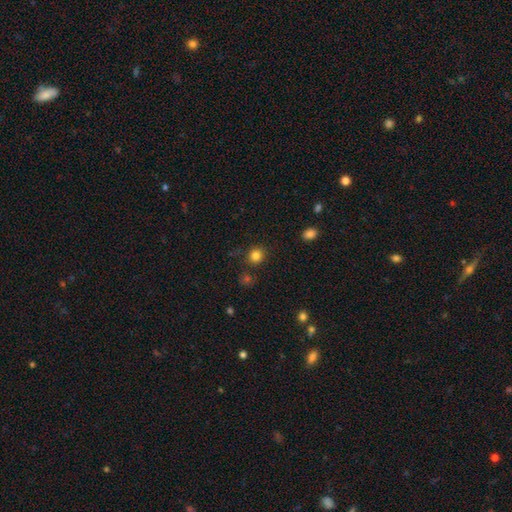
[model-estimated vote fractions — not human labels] A smooth galaxy with no disk features (83%) that is round (86%).

Vote fractions:
- Smooth or featured? smooth: 83% / star or artifact: 13% / featured or disk: 5%
- How rounded? round: 86% / in between: 13% / cigar-shaped: 1%
- Merging? none: 84% / minor disturbance: 8% / merger: 4% / major disturbance: 3%